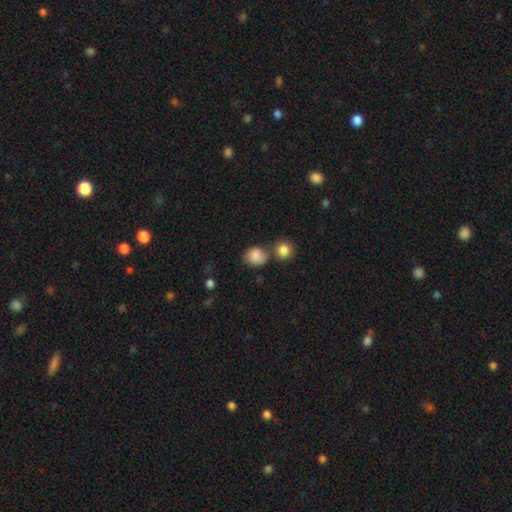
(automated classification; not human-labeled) Q: Smooth or featured?
A: smooth (84%); runner-up: star or artifact (8%)
Q: How rounded?
A: round (69%); runner-up: in between (30%)
Q: Merging?
A: none (54%); runner-up: merger (24%)